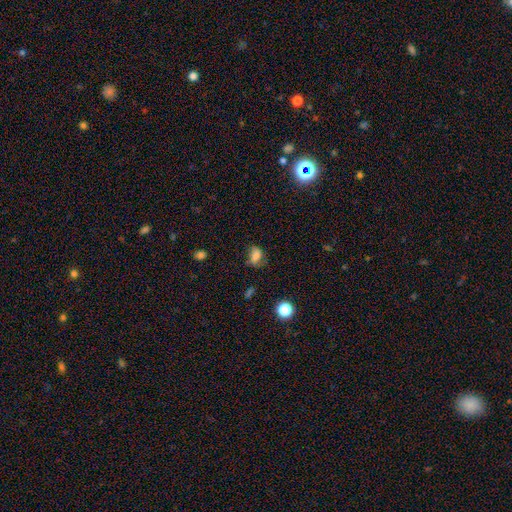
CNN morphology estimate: This appears to be a smooth galaxy with no disk features (71%) that is in between round and cigar-shaped (75%). Merging: none (53%).